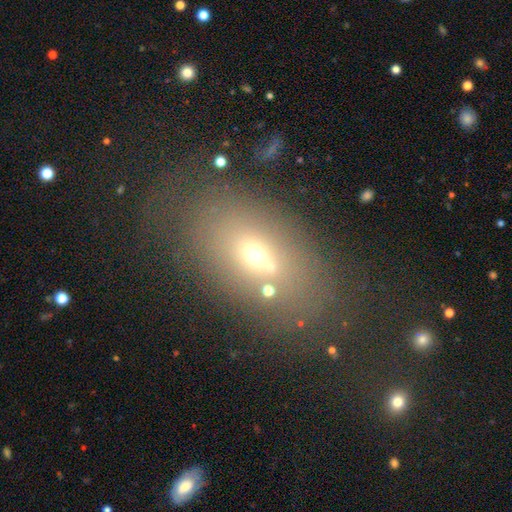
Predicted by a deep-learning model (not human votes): smooth_or_featured: smooth (p=0.57) [alt: featured or disk p=0.23]
how_rounded: in between (p=0.79) [alt: round p=0.18]
merging: none (p=0.66) [alt: minor disturbance p=0.14]